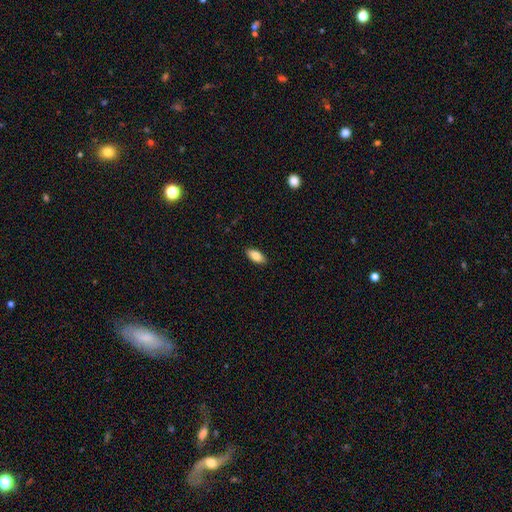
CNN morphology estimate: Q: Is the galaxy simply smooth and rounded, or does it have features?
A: smooth — 85%.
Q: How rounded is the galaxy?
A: in between — 90%.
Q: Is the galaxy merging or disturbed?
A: none — 89%.